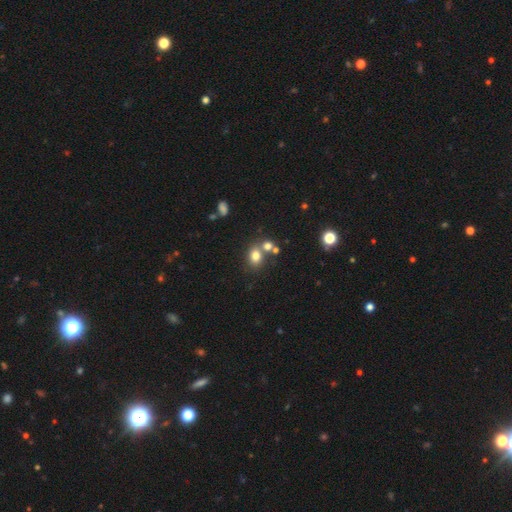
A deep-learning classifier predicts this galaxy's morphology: Smooth or featured? Predicted: smooth (p=0.77). How rounded? Predicted: in between (p=0.53). Merging? Predicted: none (p=0.55).